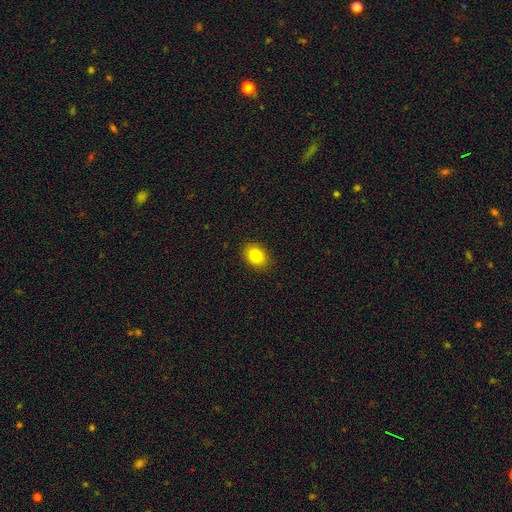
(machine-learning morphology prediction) smooth_or_featured: smooth (p=0.82) [alt: star or artifact p=0.10]
how_rounded: in between (p=0.68) [alt: round p=0.31]
merging: none (p=0.89) [alt: minor disturbance p=0.08]